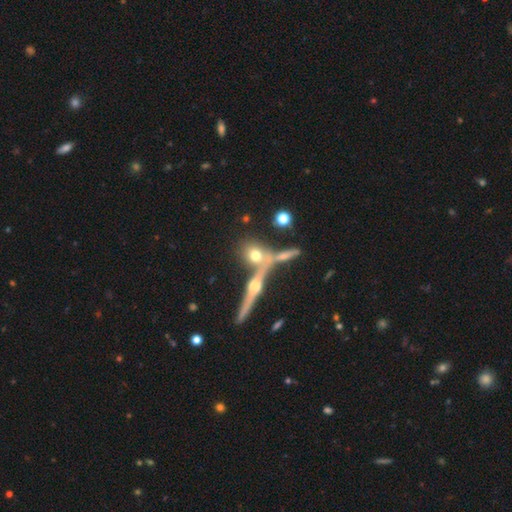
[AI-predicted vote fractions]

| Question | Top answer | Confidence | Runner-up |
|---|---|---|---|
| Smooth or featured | smooth | 58% | featured or disk (30%) |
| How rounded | round | 60% | in between (29%) |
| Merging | none | 54% | merger (31%) |